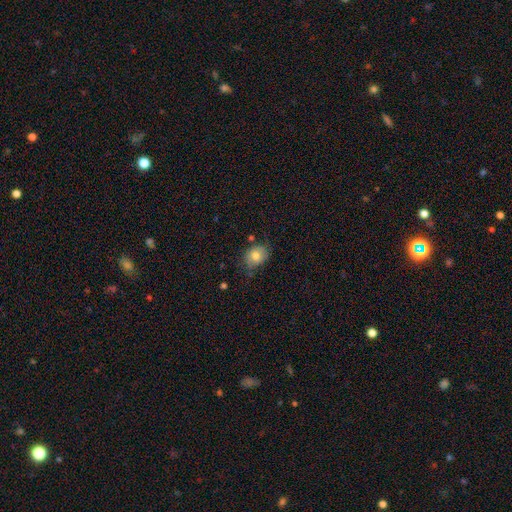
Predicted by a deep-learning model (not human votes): This is likely a smooth galaxy (74%). How rounded: possibly round (50%). Merging: likely none (62%).